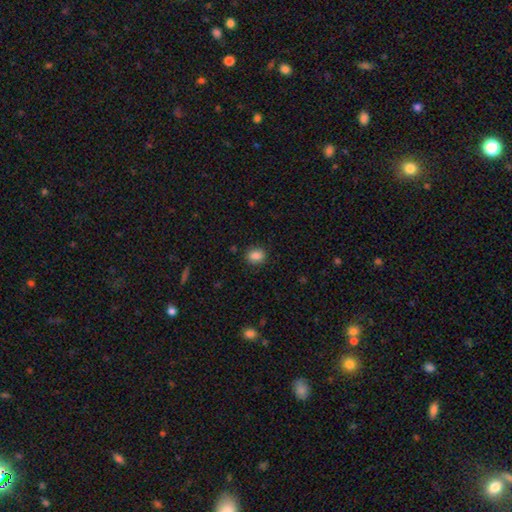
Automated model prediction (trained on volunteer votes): Smooth or featured: smooth — 87% (star or artifact — 9%)
How rounded: in between — 52% (round — 47%)
Merging: none — 88% (minor disturbance — 9%)